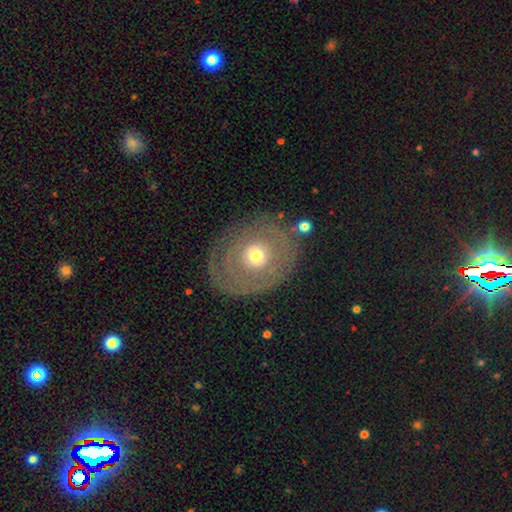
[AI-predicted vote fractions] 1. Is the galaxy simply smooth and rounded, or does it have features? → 58% featured or disk, 35% smooth, 8% star or artifact.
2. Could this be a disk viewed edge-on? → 95% no, 5% yes.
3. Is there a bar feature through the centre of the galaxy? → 83% no, 13% weak, 4% strong.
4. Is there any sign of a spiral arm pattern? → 61% no, 39% yes.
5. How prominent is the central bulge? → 56% moderate, 35% small, 7% large, 2% dominant, 1% none.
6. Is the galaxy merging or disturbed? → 75% none, 14% minor disturbance, 9% major disturbance, 3% merger.